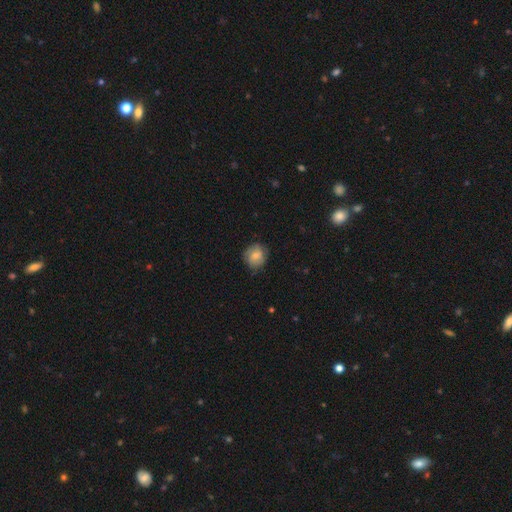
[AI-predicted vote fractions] smooth-or-featured: smooth: 73% | featured or disk: 20% | star or artifact: 8%
  how-rounded: round: 79% | in between: 20% | cigar-shaped: 1%
  merging: none: 74% | minor disturbance: 20% | major disturbance: 5% | merger: 1%